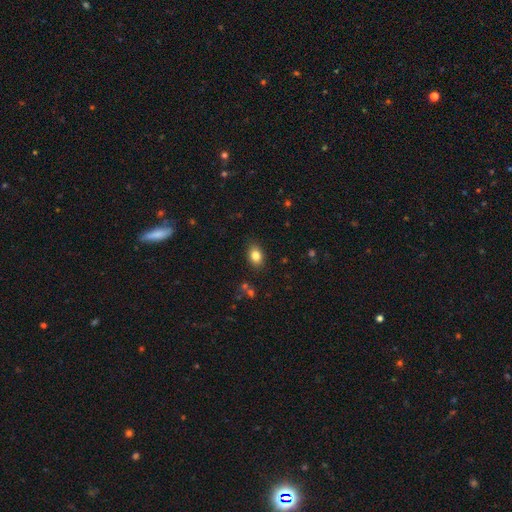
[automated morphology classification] smooth-or-featured: smooth: 82% | star or artifact: 10% | featured or disk: 8%
  how-rounded: in between: 75% | round: 23% | cigar-shaped: 1%
  merging: none: 85% | minor disturbance: 10% | major disturbance: 3% | merger: 2%